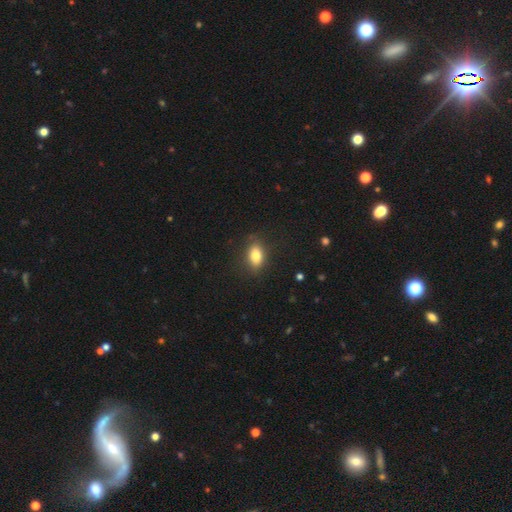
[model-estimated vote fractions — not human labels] Smooth or featured? Predicted: smooth (p=0.81). How rounded? Predicted: in between (p=0.85). Merging? Predicted: none (p=0.84).